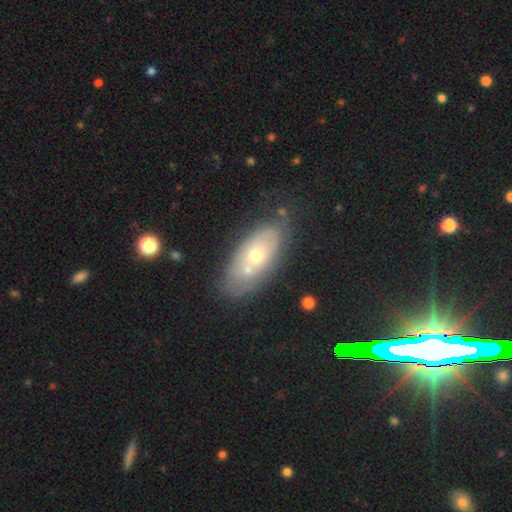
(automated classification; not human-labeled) This is possibly a smooth galaxy (49%). Merging: possibly none (60%).